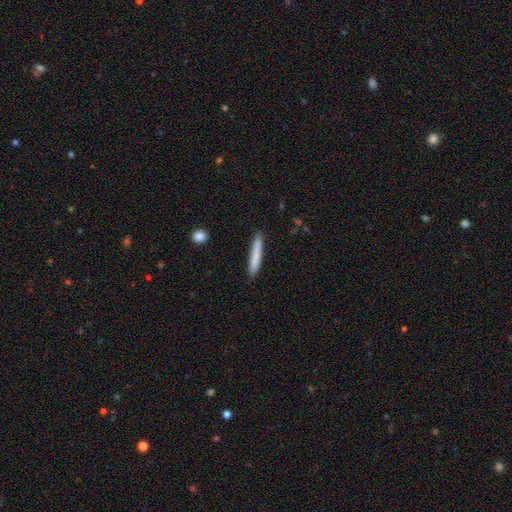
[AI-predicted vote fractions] A smooth galaxy with no disk features (80%) that is cigar-shaped (94%).

Vote fractions:
- Smooth or featured? smooth: 80% / featured or disk: 14% / star or artifact: 6%
- How rounded? cigar-shaped: 94% / in between: 4% / round: 1%
- Merging? none: 86% / minor disturbance: 10% / major disturbance: 2% / merger: 2%